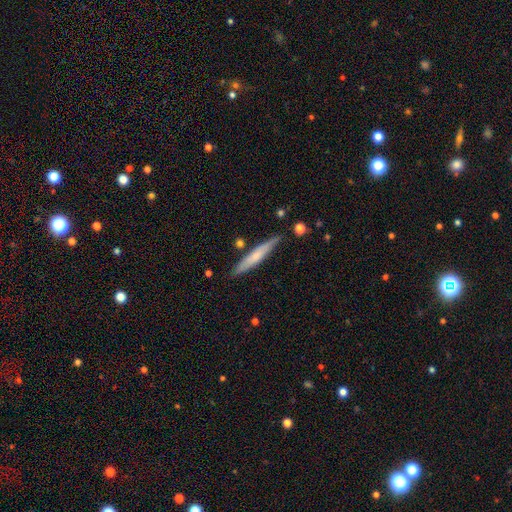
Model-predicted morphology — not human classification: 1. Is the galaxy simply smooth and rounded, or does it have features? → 57% smooth, 37% featured or disk, 6% star or artifact.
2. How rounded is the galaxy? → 93% cigar-shaped, 5% in between, 1% round.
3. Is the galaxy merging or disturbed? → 83% none, 12% minor disturbance, 4% merger, 2% major disturbance.